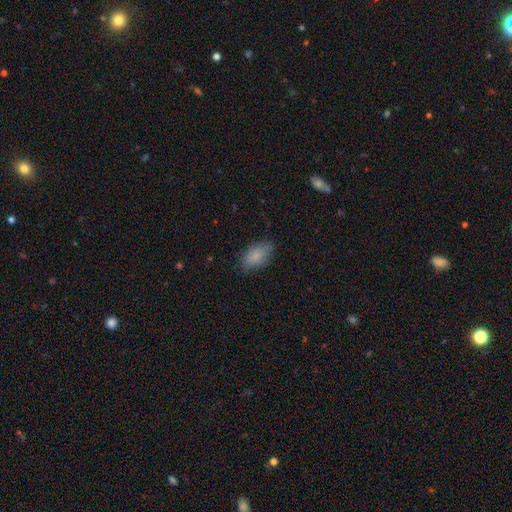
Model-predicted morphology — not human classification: A smooth galaxy with no disk features (84%) that is in between round and cigar-shaped (93%). Merging: none (78%).